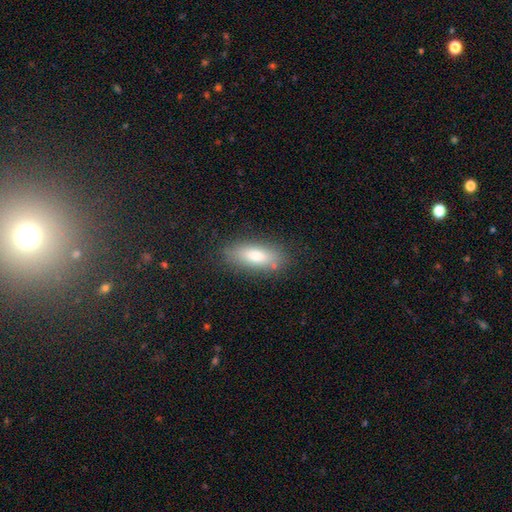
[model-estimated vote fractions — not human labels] smooth-or-featured: smooth: 75% | featured or disk: 17% | star or artifact: 8%
  how-rounded: in between: 72% | cigar-shaped: 25% | round: 3%
  merging: none: 82% | minor disturbance: 13% | major disturbance: 3% | merger: 2%